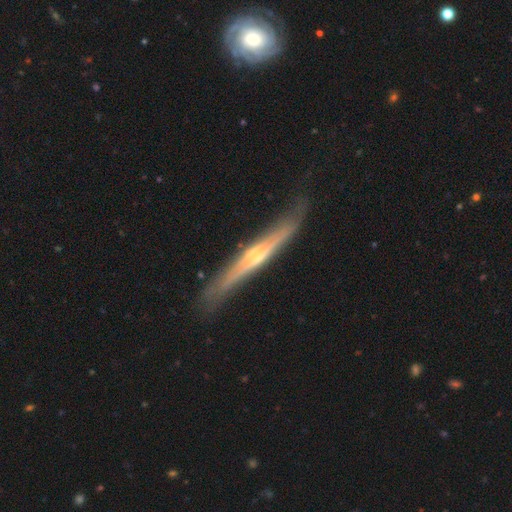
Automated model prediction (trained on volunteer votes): Smooth or featured: featured or disk — 73% (smooth — 21%)
Edge-on disk: yes — 92% (no — 8%)
Edge-on bulge: rounded — 58% (none — 32%)
Merging: none — 74% (minor disturbance — 19%)